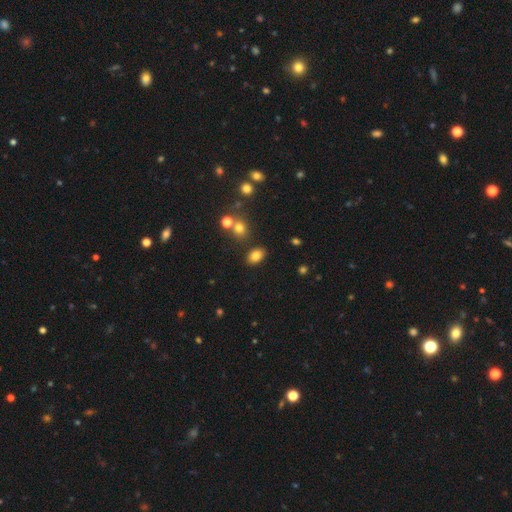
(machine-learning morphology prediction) type=smooth (80%); roundness=in between (81%); merging=none (82%).